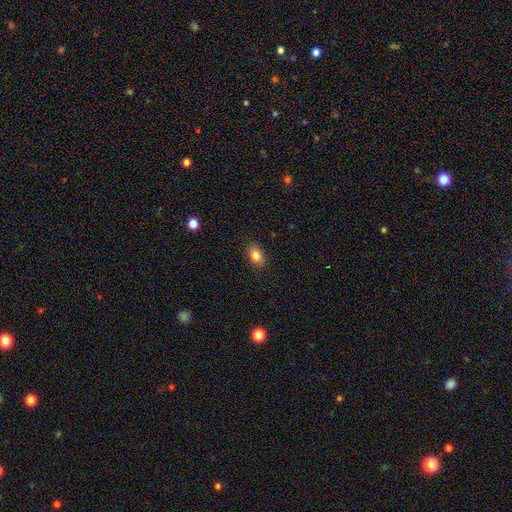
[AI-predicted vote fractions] Q: Smooth or featured?
A: smooth (84%); runner-up: star or artifact (9%)
Q: How rounded?
A: in between (85%); runner-up: round (14%)
Q: Merging?
A: none (87%); runner-up: minor disturbance (10%)